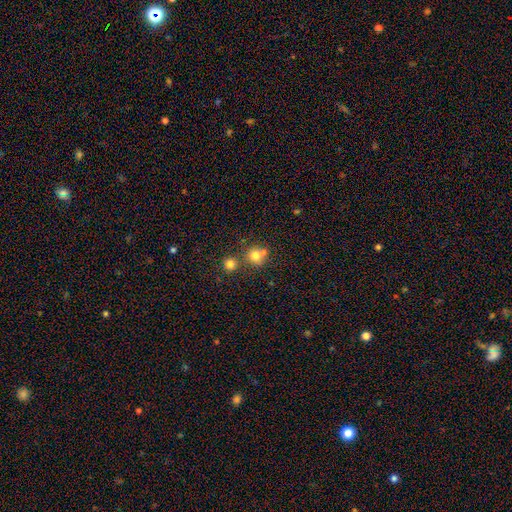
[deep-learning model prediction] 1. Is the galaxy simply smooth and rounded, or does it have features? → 75% smooth, 14% star or artifact, 11% featured or disk.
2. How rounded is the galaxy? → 87% round, 12% in between, 1% cigar-shaped.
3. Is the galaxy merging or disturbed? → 56% none, 33% merger, 8% minor disturbance, 3% major disturbance.